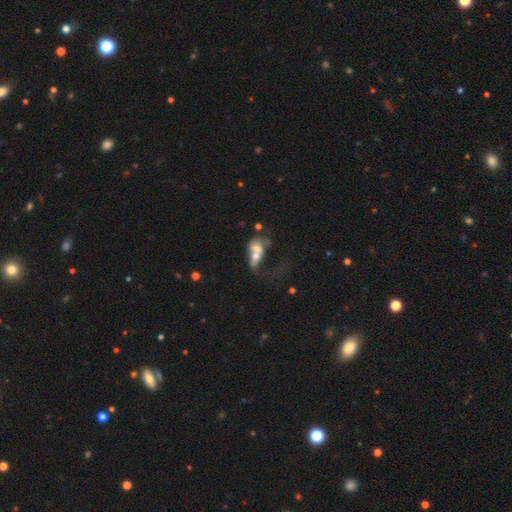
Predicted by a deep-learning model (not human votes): A smooth galaxy with no disk features (48%).

Vote fractions:
- Smooth or featured? smooth: 48% / featured or disk: 41% / star or artifact: 11%
- Merging? merger: 63% / major disturbance: 21% / none: 10% / minor disturbance: 6%